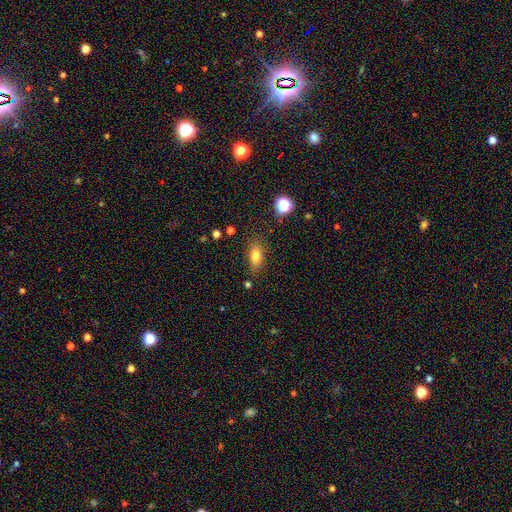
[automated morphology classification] smooth-or-featured: smooth: 77% | featured or disk: 12% | star or artifact: 11%
  how-rounded: in between: 78% | cigar-shaped: 13% | round: 9%
  merging: none: 79% | minor disturbance: 14% | major disturbance: 4% | merger: 3%